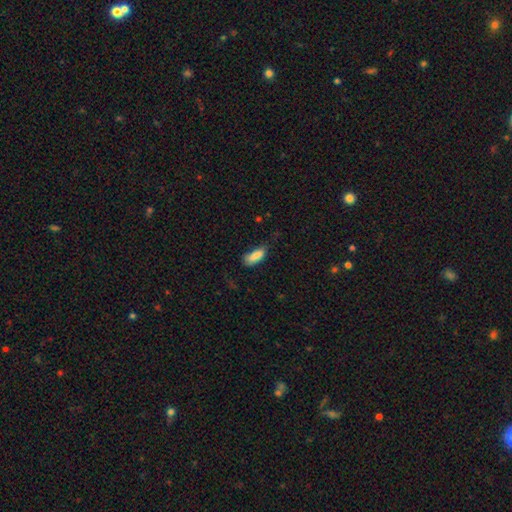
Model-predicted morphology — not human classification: smooth_or_featured: smooth (p=0.85) [alt: featured or disk p=0.08]
how_rounded: in between (p=0.75) [alt: cigar-shaped p=0.23]
merging: none (p=0.58) [alt: minor disturbance p=0.31]